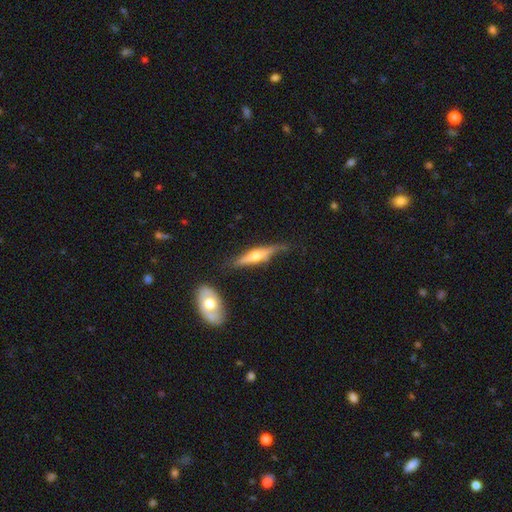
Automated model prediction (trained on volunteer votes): Smooth or featured? featured or disk (70%)
Edge-on disk? yes (95%)
Edge-on bulge? rounded (89%)
Merging? none (65%)